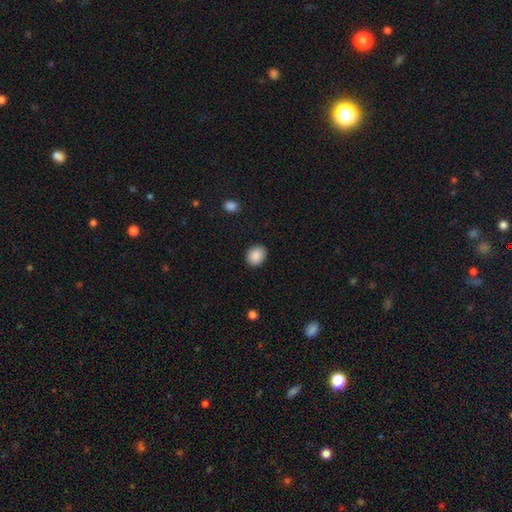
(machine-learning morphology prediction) A smooth galaxy with no disk features (89%) that is round (53%).

Vote fractions:
- Smooth or featured? smooth: 89% / star or artifact: 8% / featured or disk: 3%
- How rounded? round: 53% / in between: 46% / cigar-shaped: 1%
- Merging? none: 88% / minor disturbance: 8% / major disturbance: 2% / merger: 1%